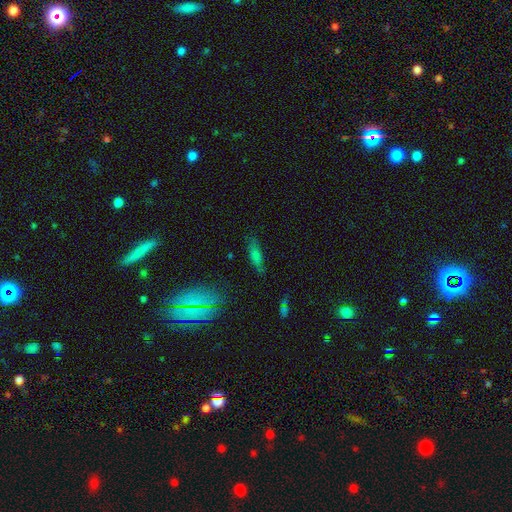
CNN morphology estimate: smooth_or_featured: smooth (p=0.55) [alt: featured or disk p=0.27]
how_rounded: cigar-shaped (p=0.57) [alt: in between p=0.38]
merging: none (p=0.78) [alt: minor disturbance p=0.15]